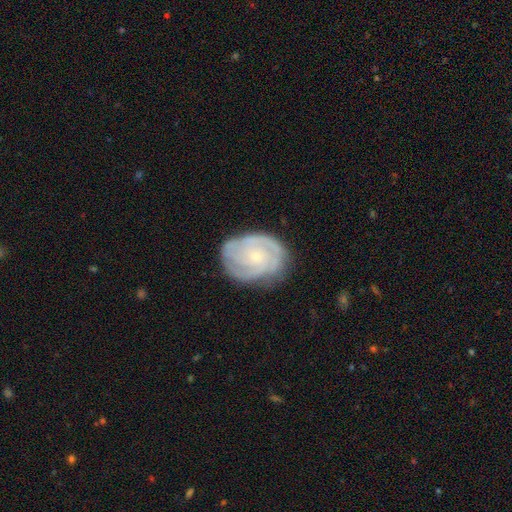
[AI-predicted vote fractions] Overall: featured or disk (81%). Edge-on disk: no (98%). Bar: no (76%). Spiral arms: yes (94%). Spiral arm count: 2 (31%; 3 26%). Spiral winding: tight (67%; medium 28%). Bulge size: small (78%). Merging: none (73%).